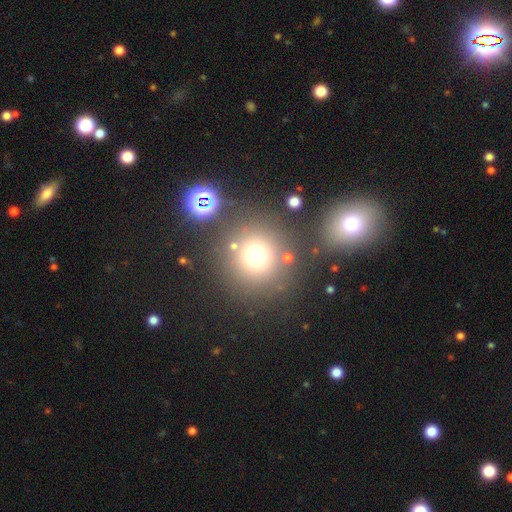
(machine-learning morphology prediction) smooth_or_featured: smooth (p=0.69) [alt: star or artifact p=0.22]
how_rounded: round (p=0.95) [alt: in between p=0.05]
merging: none (p=0.78) [alt: merger p=0.09]